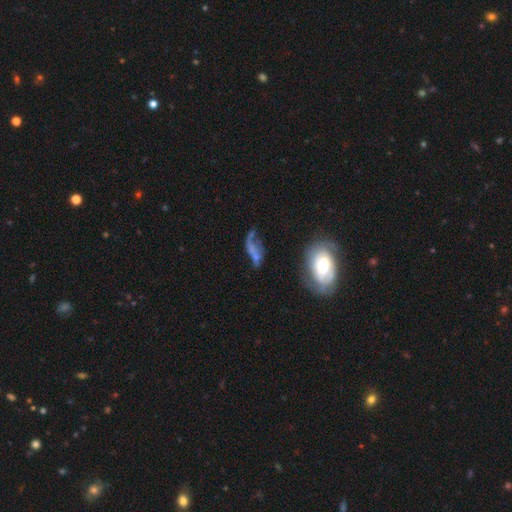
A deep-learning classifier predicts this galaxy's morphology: This appears to be a featured or disk galaxy (47%). Merging: none (40%).